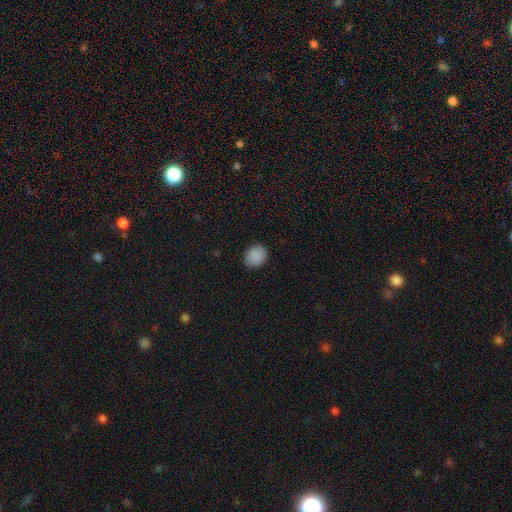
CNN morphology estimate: A smooth galaxy with no disk features (89%) that is round (57%). Merging: none (88%).